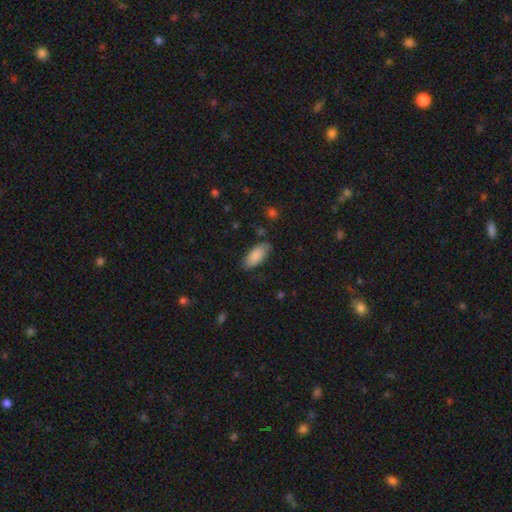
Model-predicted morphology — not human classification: Smooth or featured?
  - smooth: 86% *
  - featured or disk: 8%
  - star or artifact: 6%
How rounded?
  - in between: 88% *
  - cigar-shaped: 10%
  - round: 2%
Merging?
  - none: 79% *
  - minor disturbance: 16%
  - major disturbance: 3%
  - merger: 1%